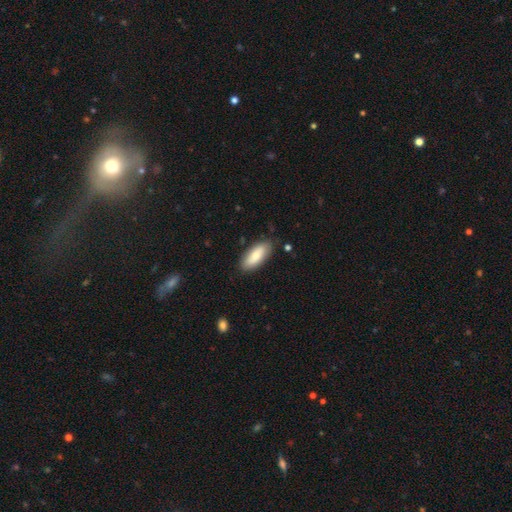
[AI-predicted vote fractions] A smooth galaxy with no disk features (79%) that is in between round and cigar-shaped (80%). Merging: none (84%).